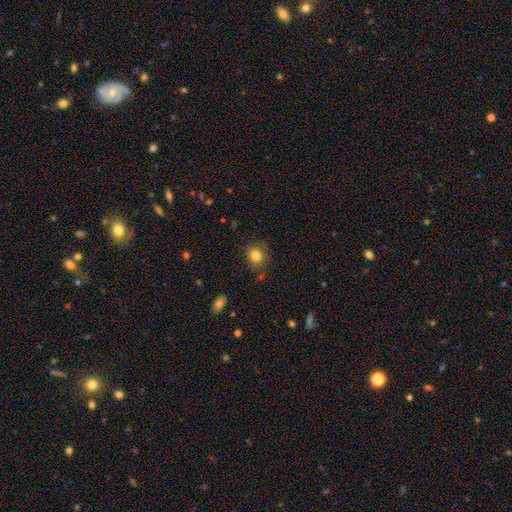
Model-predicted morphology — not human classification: This is clearly a smooth galaxy (83%). How rounded: likely round (76%). Merging: clearly none (82%).